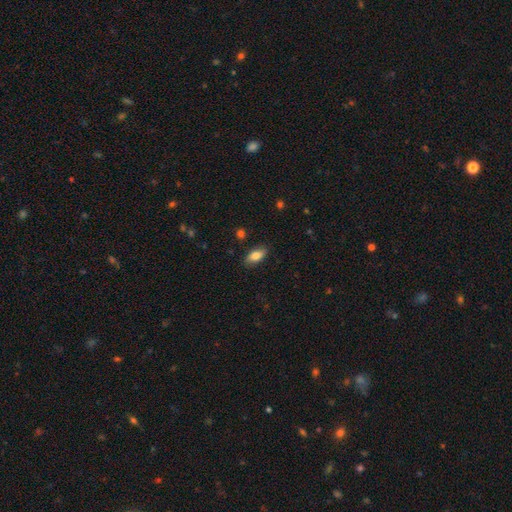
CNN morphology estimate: Q: Smooth or featured?
A: smooth (80%); runner-up: featured or disk (13%)
Q: How rounded?
A: in between (86%); runner-up: cigar-shaped (11%)
Q: Merging?
A: none (86%); runner-up: minor disturbance (11%)